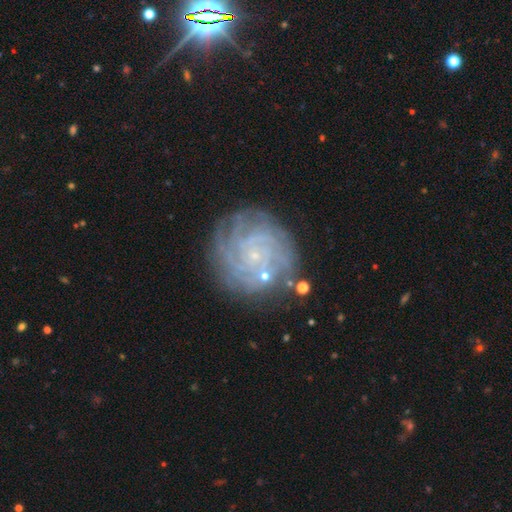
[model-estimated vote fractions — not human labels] smooth-or-featured: featured or disk: 82% | smooth: 10% | star or artifact: 8%
  disk-edge-on: no: 98% | yes: 2%
    bar: no: 78% | weak: 17% | strong: 5%
    has-spiral-arms: yes: 94% | no: 6%
      spiral-winding: tight: 80% | medium: 16% | loose: 4%
      spiral-arm-count: can't tell: 28% | 4: 22% | more than 4: 20% | 3: 13% | 2: 9% | 1: 7%
    bulge-size: small: 87% | none: 6% | moderate: 5% | large: 1% | dominant: 1%
  merging: none: 76% | minor disturbance: 15% | major disturbance: 6% | merger: 4%